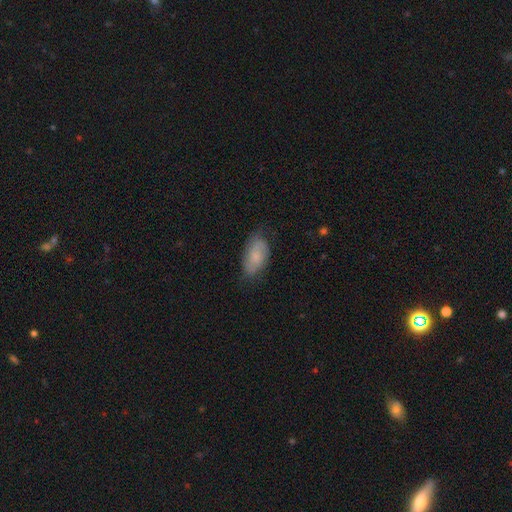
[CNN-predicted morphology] Q: Smooth or featured?
A: smooth (65%); runner-up: featured or disk (27%)
Q: How rounded?
A: in between (91%); runner-up: cigar-shaped (6%)
Q: Merging?
A: none (69%); runner-up: minor disturbance (24%)